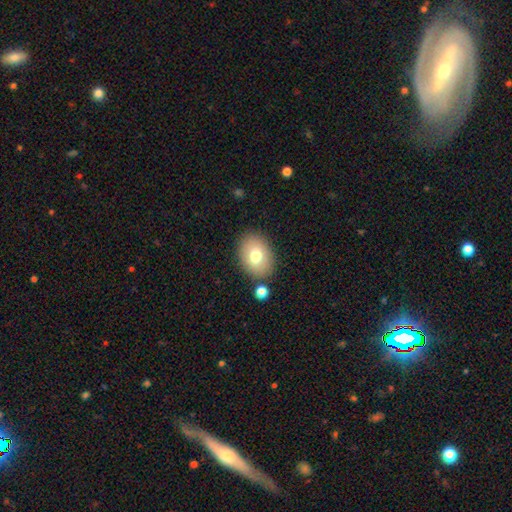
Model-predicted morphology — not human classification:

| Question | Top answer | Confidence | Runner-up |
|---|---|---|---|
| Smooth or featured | smooth | 74% | featured or disk (17%) |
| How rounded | in between | 73% | round (26%) |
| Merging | none | 82% | minor disturbance (10%) |